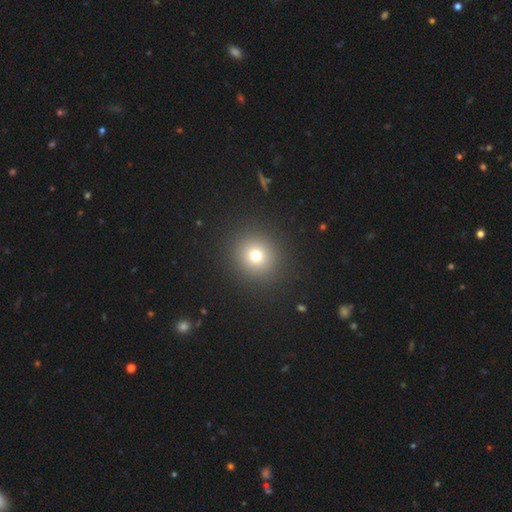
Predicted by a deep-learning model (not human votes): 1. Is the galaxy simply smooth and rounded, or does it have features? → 73% smooth, 18% star or artifact, 10% featured or disk.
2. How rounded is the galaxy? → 91% round, 8% in between, 1% cigar-shaped.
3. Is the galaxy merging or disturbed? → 91% none, 5% minor disturbance, 3% major disturbance, 1% merger.